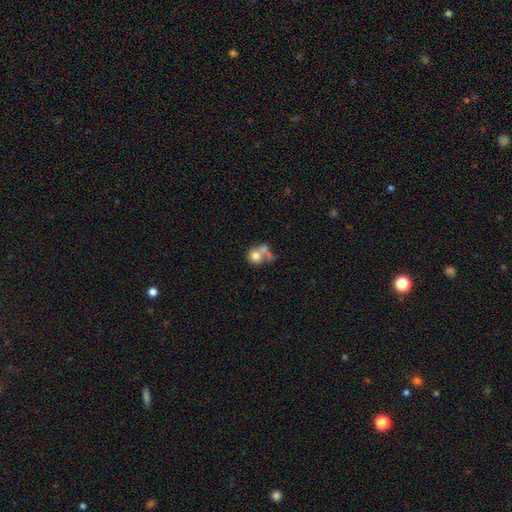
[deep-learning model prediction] A smooth galaxy with no disk features (69%) that is round (73%). Merging: merger (54%).